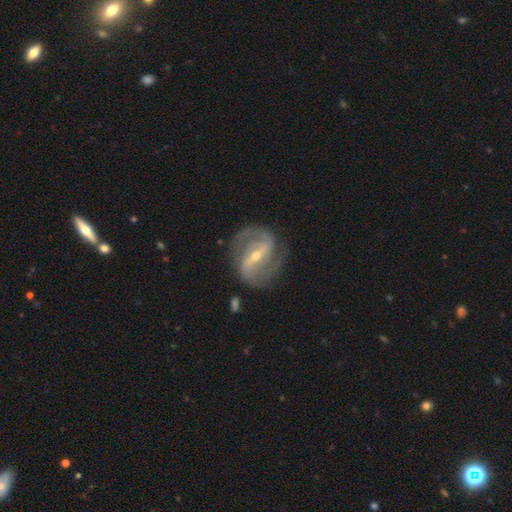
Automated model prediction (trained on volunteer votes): A featured or disk galaxy (89%) with a strong bar (61%), 2 (84%) medium (50%) spiral arms (96%) and a small central bulge (60%). Merging: none (78%).